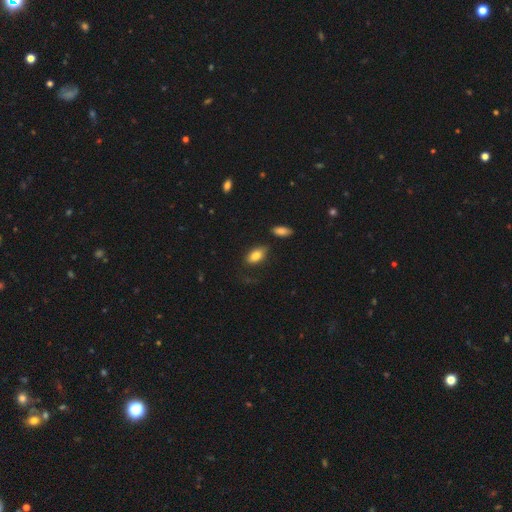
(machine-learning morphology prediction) This is clearly a smooth galaxy (82%). How rounded: clearly in between (90%). Merging: likely none (72%).